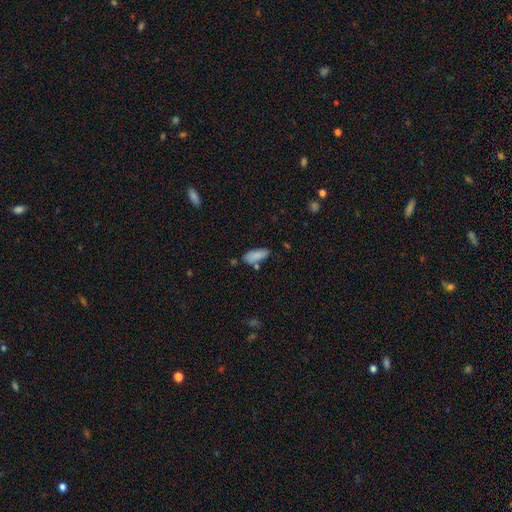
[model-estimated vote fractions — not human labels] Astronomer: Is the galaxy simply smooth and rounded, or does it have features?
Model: smooth — 84%.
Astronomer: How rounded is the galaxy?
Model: in between — 78%.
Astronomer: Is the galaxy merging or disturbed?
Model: none — 63%.